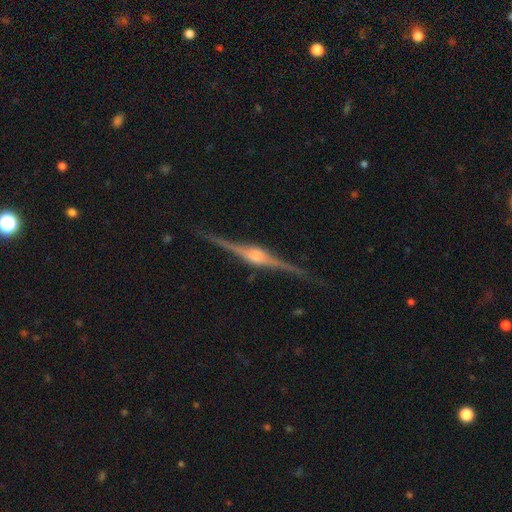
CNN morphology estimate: smooth_or_featured: featured or disk (p=0.91) [alt: star or artifact p=0.05]
disk_edge_on: yes (p=0.98) [alt: no p=0.02]
edge_on_bulge: rounded (p=0.86) [alt: boxy p=0.11]
merging: none (p=0.90) [alt: minor disturbance p=0.07]